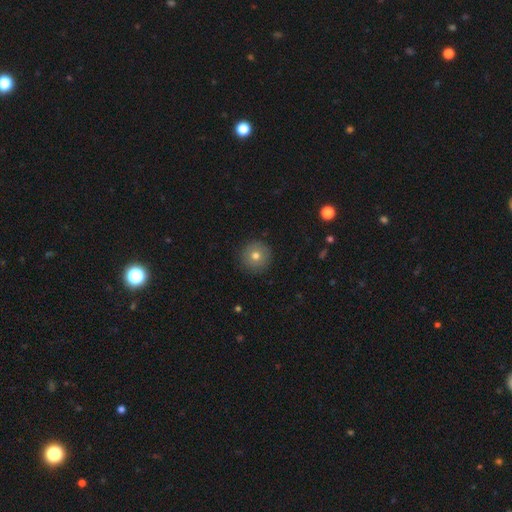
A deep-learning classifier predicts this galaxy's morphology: smooth 75%, featured or disk 14%, star or artifact 11%. Down the decision tree: how rounded — round (96%); merging — none (91%).